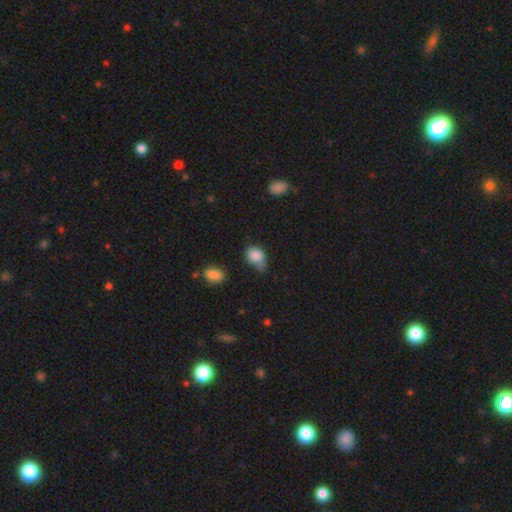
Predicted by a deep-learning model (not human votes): The model was most divided on "merging": minor disturbance: 43%, none: 36%, major disturbance: 15%, merger: 6%. More confident: smooth or featured — smooth (84%); how rounded — in between (62%).